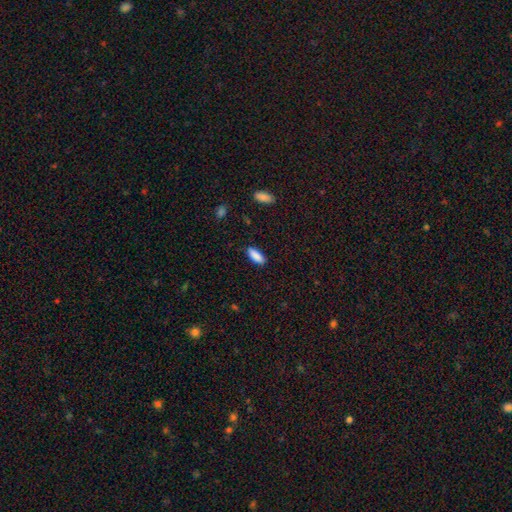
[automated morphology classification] This is clearly a smooth galaxy (88%). How rounded: likely in between (70%). Merging: clearly none (87%).